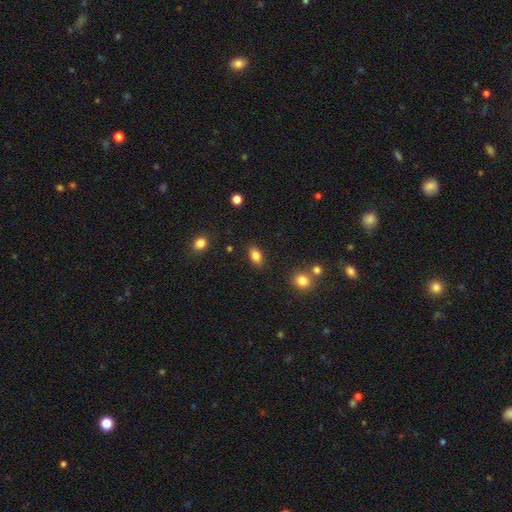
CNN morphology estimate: A smooth galaxy with no disk features (84%) that is in between round and cigar-shaped (87%).

Vote fractions:
- Smooth or featured? smooth: 84% / star or artifact: 9% / featured or disk: 7%
- How rounded? in between: 87% / round: 10% / cigar-shaped: 3%
- Merging? none: 85% / minor disturbance: 10% / major disturbance: 3% / merger: 2%